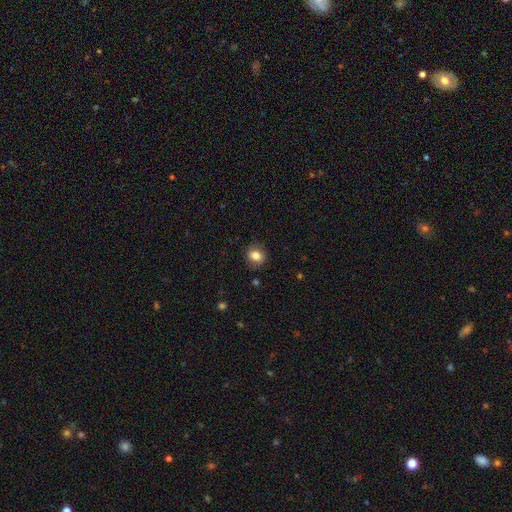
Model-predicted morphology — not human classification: smooth 83%, star or artifact 10%, featured or disk 7%. Down the decision tree: how rounded — round (69%); merging — none (87%).